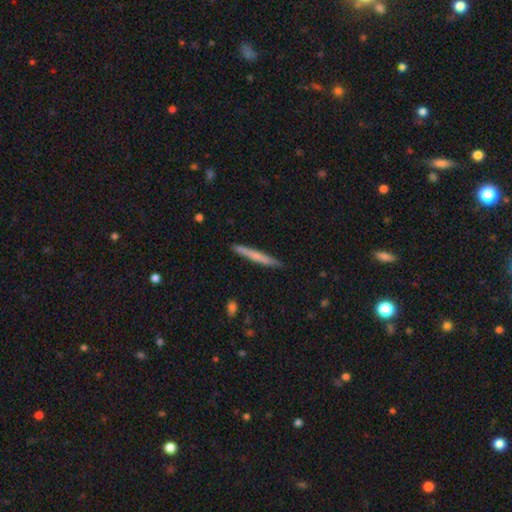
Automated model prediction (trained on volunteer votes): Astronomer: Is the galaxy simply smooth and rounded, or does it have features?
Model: smooth — 58% (runner-up: featured or disk, 36%).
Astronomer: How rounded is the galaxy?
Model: cigar-shaped — 96%.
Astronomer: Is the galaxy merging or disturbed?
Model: none — 90%.